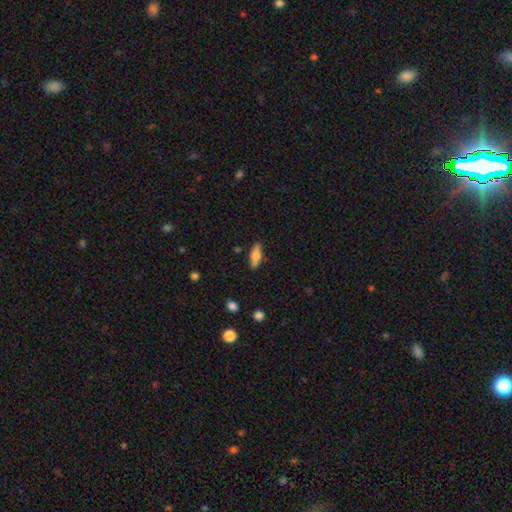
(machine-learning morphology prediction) The model was most divided on "how rounded": in between: 52%, cigar-shaped: 46%, round: 3%. More confident: merging — none (87%); smooth or featured — smooth (66%).